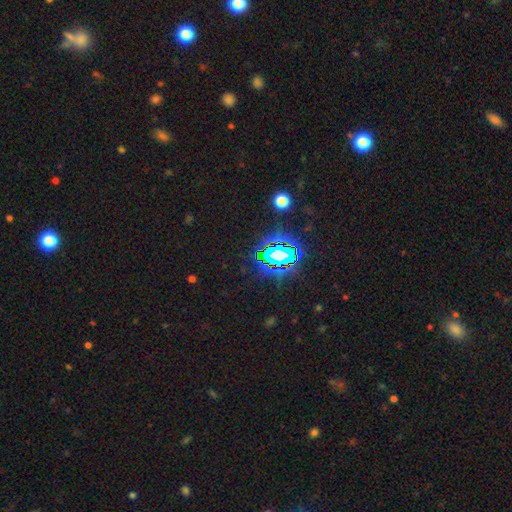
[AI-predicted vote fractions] Smooth or featured: star or artifact — 80% (smooth — 13%)